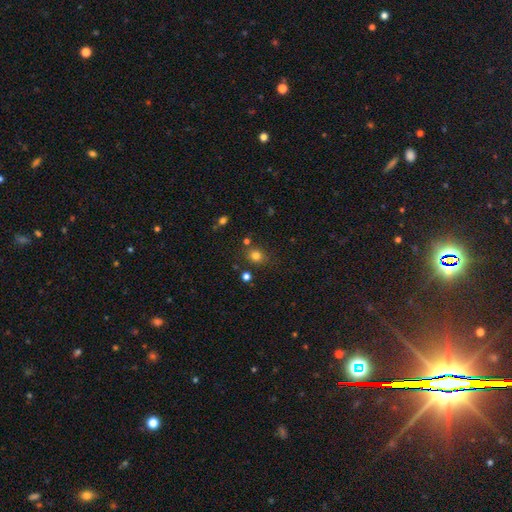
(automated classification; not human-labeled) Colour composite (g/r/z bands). It shows a smooth galaxy with no disk features (78%) that is round (73%). Merging: none (79%).